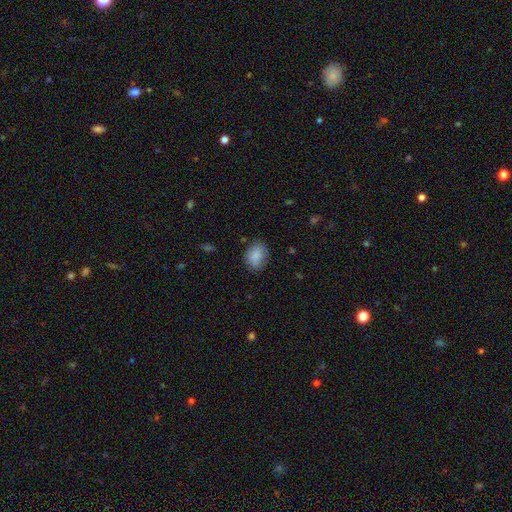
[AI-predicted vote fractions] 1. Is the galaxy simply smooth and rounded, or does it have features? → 87% smooth, 8% star or artifact, 5% featured or disk.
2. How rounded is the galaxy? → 66% in between, 33% round, 1% cigar-shaped.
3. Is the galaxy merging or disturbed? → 78% none, 17% minor disturbance, 4% major disturbance, 1% merger.